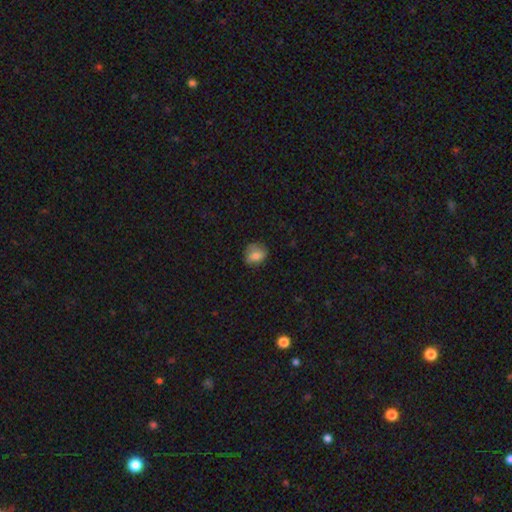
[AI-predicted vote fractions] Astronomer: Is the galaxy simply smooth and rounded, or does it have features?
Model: smooth — 77%.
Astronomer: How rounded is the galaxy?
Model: round — 61% (runner-up: in between, 37%).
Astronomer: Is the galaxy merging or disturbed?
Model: none — 69%.